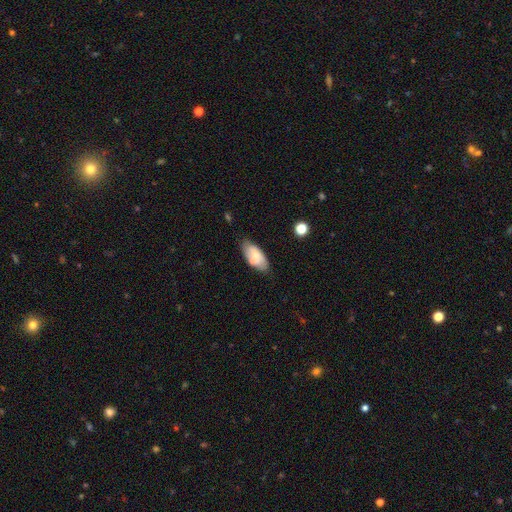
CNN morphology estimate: Q: Smooth or featured?
A: smooth (67%); runner-up: featured or disk (26%)
Q: How rounded?
A: in between (90%); runner-up: cigar-shaped (8%)
Q: Merging?
A: none (70%); runner-up: minor disturbance (17%)